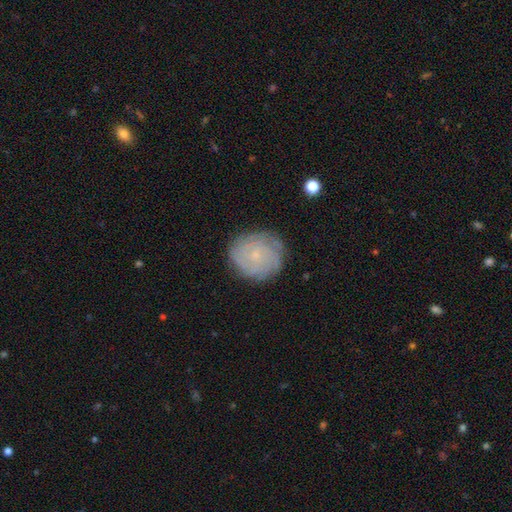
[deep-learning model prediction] Smooth or featured?
  - featured or disk: 61% *
  - smooth: 29%
  - star or artifact: 10%
Edge-on disk?
  - no: 98% *
  - yes: 2%
Bar?
  - no: 83% *
  - weak: 15%
  - strong: 2%
Spiral arms?
  - yes: 90% *
  - no: 10%
Spiral winding?
  - tight: 76% *
  - medium: 19%
  - loose: 5%
Spiral arm count?
  - can't tell: 46% *
  - 4: 18%
  - 3: 12%
  - more than 4: 9%
  - 2: 9%
  - 1: 6%
Bulge size?
  - small: 83% *
  - moderate: 9%
  - none: 6%
  - large: 1%
  - dominant: 1%
Merging?
  - none: 80% *
  - minor disturbance: 15%
  - major disturbance: 4%
  - merger: 1%